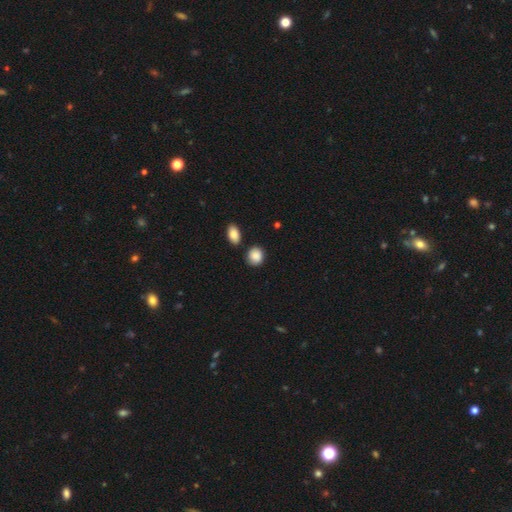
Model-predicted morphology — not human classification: This appears to be a smooth galaxy with no disk features (88%) that is round (71%). Merging: none (76%).